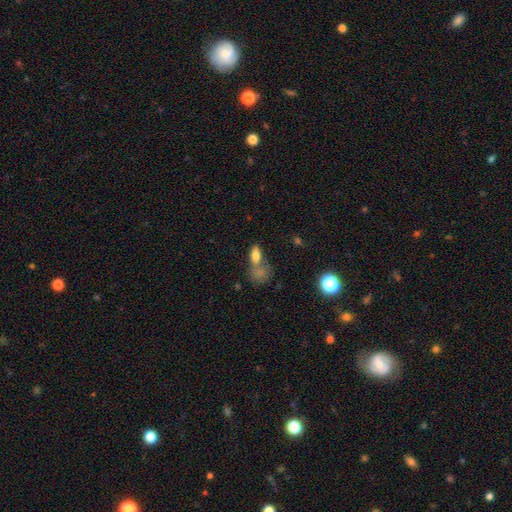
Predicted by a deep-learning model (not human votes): Smooth or featured?
  - smooth: 74% *
  - featured or disk: 14%
  - star or artifact: 12%
How rounded?
  - in between: 78% *
  - cigar-shaped: 13%
  - round: 10%
Merging?
  - none: 36% * (tied)
  - merger: 36% * (tied)
  - minor disturbance: 15%
  - major disturbance: 12%